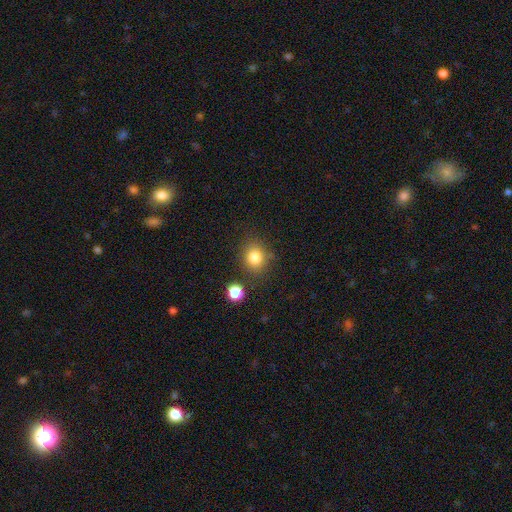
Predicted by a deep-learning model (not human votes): The model was most divided on "how rounded": round: 71%, in between: 28%, cigar-shaped: 1%. More confident: smooth or featured — smooth (81%); merging — none (81%).